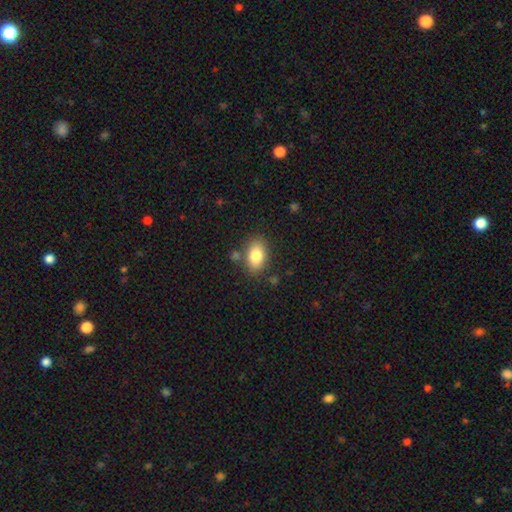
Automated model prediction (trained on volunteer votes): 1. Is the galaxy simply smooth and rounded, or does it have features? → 82% smooth, 10% featured or disk, 8% star or artifact.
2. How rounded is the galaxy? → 85% in between, 14% round, 2% cigar-shaped.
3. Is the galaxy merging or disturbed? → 79% none, 12% minor disturbance, 5% merger, 3% major disturbance.